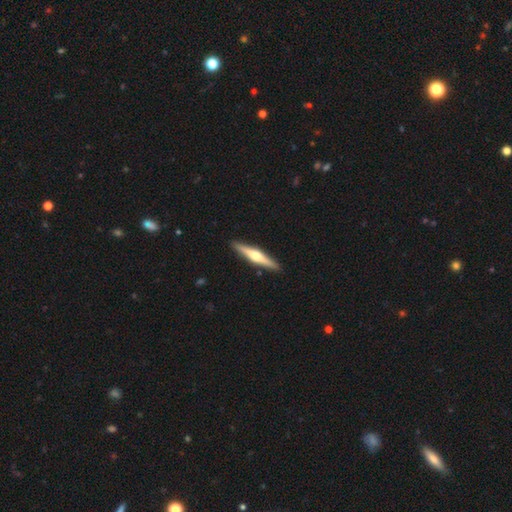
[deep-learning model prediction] Q: Smooth or featured?
A: featured or disk (68%); runner-up: smooth (27%)
Q: Edge-on disk?
A: yes (98%); runner-up: no (2%)
Q: Edge-on bulge?
A: rounded (93%); runner-up: boxy (4%)
Q: Merging?
A: none (91%); runner-up: minor disturbance (6%)